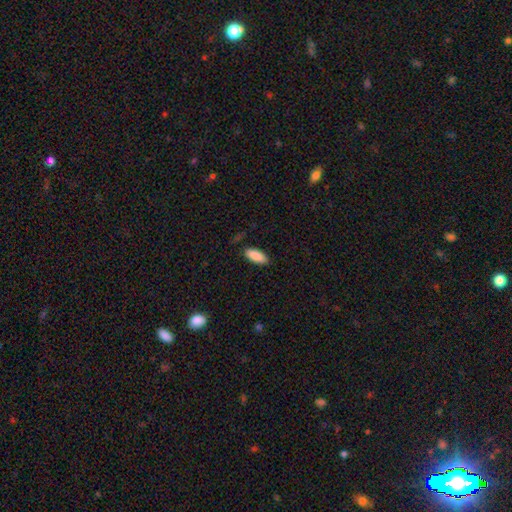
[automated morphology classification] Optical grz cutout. It shows a smooth galaxy with no disk features (89%) that is in between round and cigar-shaped (83%). Merging: none (84%).